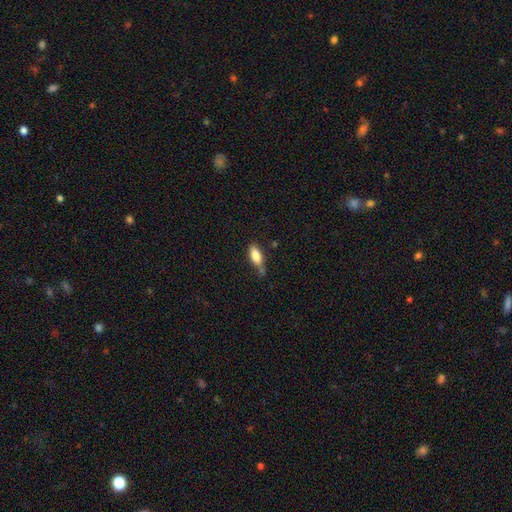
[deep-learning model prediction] Smooth or featured: smooth — 78% (featured or disk — 14%)
How rounded: in between — 77% (cigar-shaped — 20%)
Merging: none — 53% (minor disturbance — 29%)